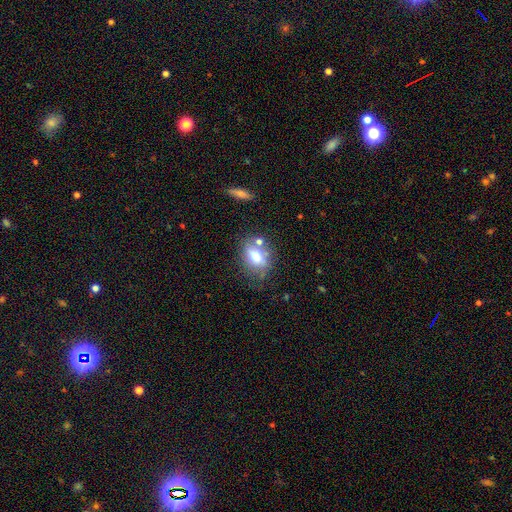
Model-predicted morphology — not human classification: Smooth or featured? Predicted: smooth (p=0.67). How rounded? Predicted: in between (p=0.69). Merging? Predicted: none (p=0.57).